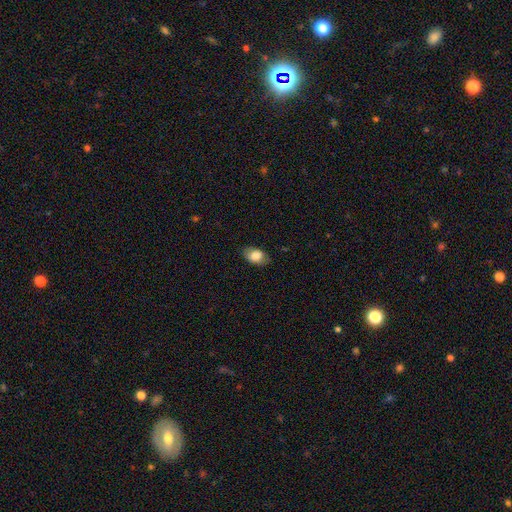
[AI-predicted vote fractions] The model was most divided on "merging": none: 81%, minor disturbance: 15%, major disturbance: 3%, merger: 1%. More confident: how rounded — in between (87%); smooth or featured — smooth (81%).